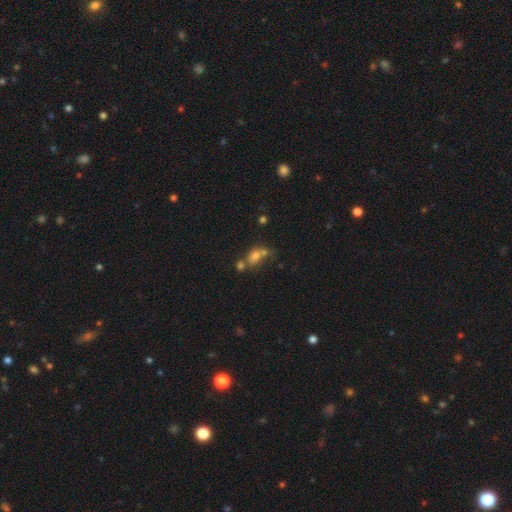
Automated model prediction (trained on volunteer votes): Smooth or featured?
  - smooth: 63% *
  - star or artifact: 20%
  - featured or disk: 17%
How rounded?
  - in between: 50% *
  - round: 46%
  - cigar-shaped: 4%
Merging?
  - merger: 49% *
  - none: 32%
  - minor disturbance: 11%
  - major disturbance: 8%